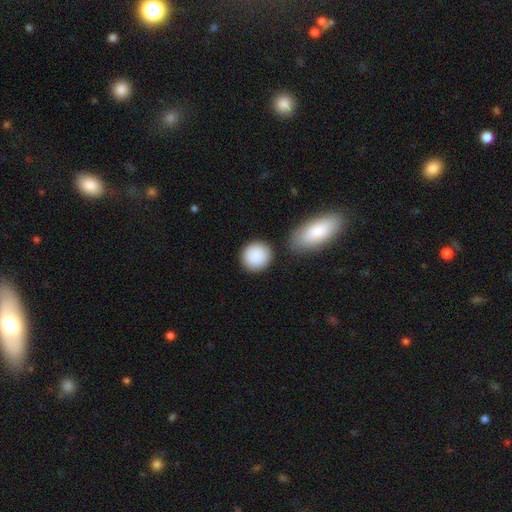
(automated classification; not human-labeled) smooth_or_featured: smooth (p=0.90) [alt: star or artifact p=0.06]
how_rounded: round (p=0.89) [alt: in between p=0.10]
merging: none (p=0.81) [alt: minor disturbance p=0.09]